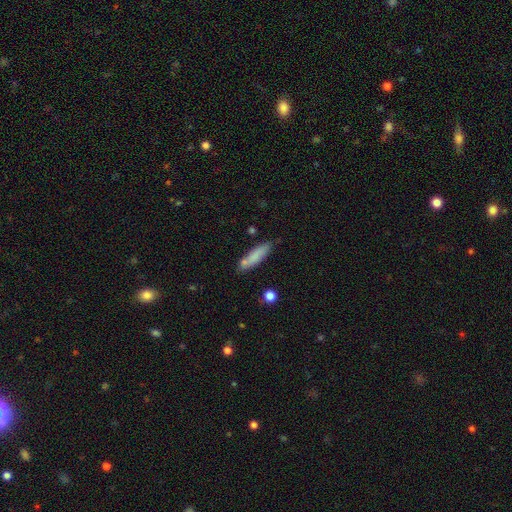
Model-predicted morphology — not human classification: This appears to be a smooth galaxy with no disk features (80%) that is cigar-shaped (69%). Merging: none (73%).